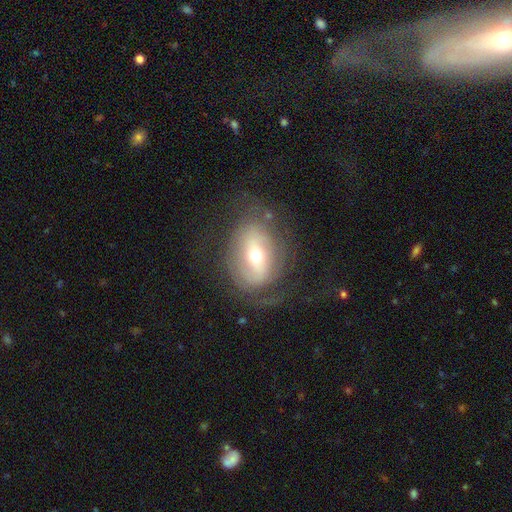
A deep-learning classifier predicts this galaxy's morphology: smooth_or_featured: featured or disk (p=0.63) [alt: smooth p=0.28]
disk_edge_on: no (p=0.92) [alt: yes p=0.08]
bar: no (p=0.38) [alt: weak p=0.34]
has_spiral_arms: yes (p=0.59) [alt: no p=0.41]
bulge_size: moderate (p=0.50) [alt: small p=0.43]
merging: none (p=0.57) [alt: major disturbance p=0.22]